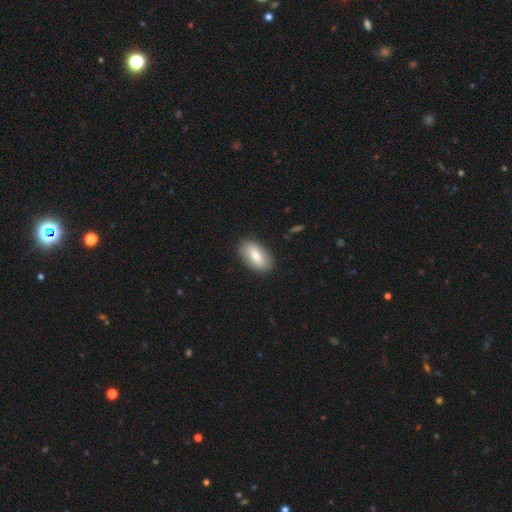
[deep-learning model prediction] The model was most divided on "smooth or featured": smooth: 75%, featured or disk: 19%, star or artifact: 6%. More confident: how rounded — in between (91%); merging — none (86%).